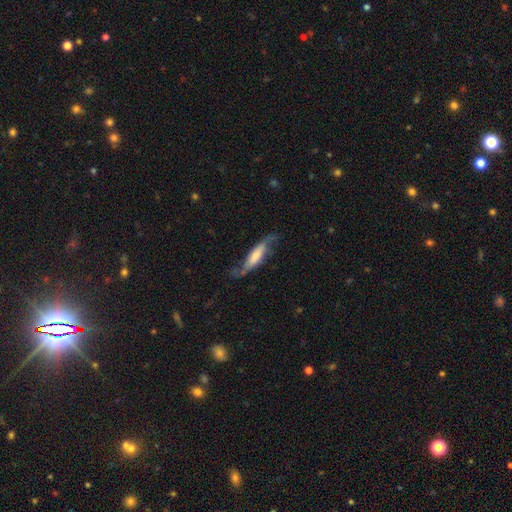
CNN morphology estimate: This appears to be a featured or disk galaxy (57%). Merging: none (57%).